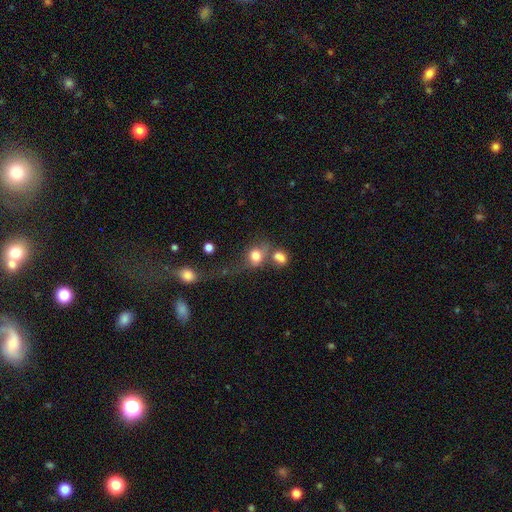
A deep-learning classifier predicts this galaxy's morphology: This is likely a smooth galaxy (76%). How rounded: possibly round (59%). Merging: marginally merger (36%).